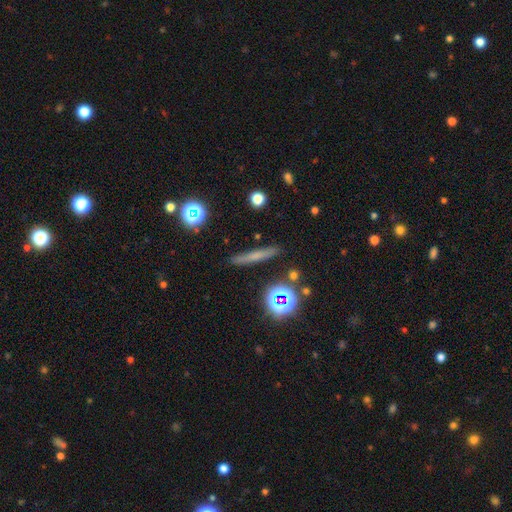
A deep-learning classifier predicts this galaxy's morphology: Q: Smooth or featured?
A: smooth (57%); runner-up: featured or disk (28%)
Q: How rounded?
A: cigar-shaped (89%); runner-up: round (6%)
Q: Merging?
A: none (88%); runner-up: minor disturbance (8%)